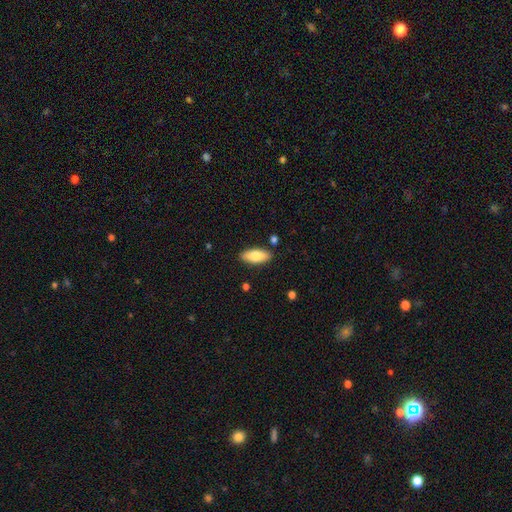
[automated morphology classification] This is clearly a smooth galaxy (81%). How rounded: clearly in between (83%). Merging: clearly none (86%).